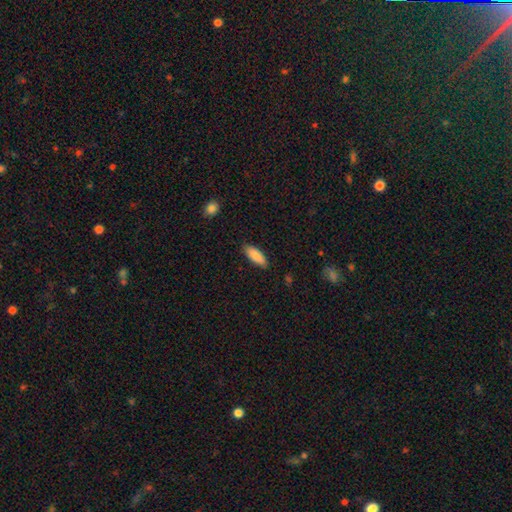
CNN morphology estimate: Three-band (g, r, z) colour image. It shows a smooth galaxy with no disk features (89%) that is in between round and cigar-shaped (67%). Merging: none (85%).